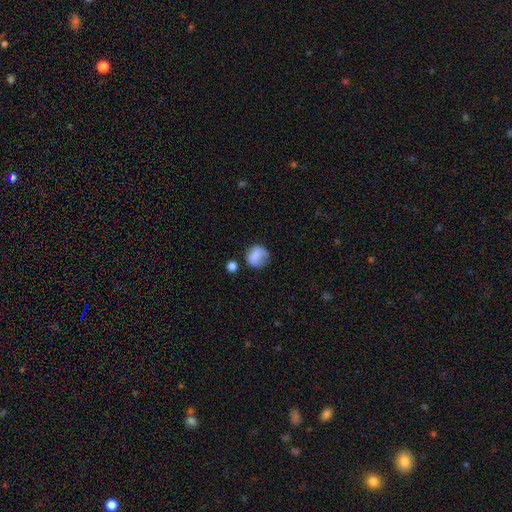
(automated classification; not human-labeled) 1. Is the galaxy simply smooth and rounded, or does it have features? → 76% smooth, 14% featured or disk, 9% star or artifact.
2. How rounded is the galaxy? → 78% round, 21% in between, 1% cigar-shaped.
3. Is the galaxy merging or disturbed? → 60% none, 23% minor disturbance, 10% major disturbance, 6% merger.